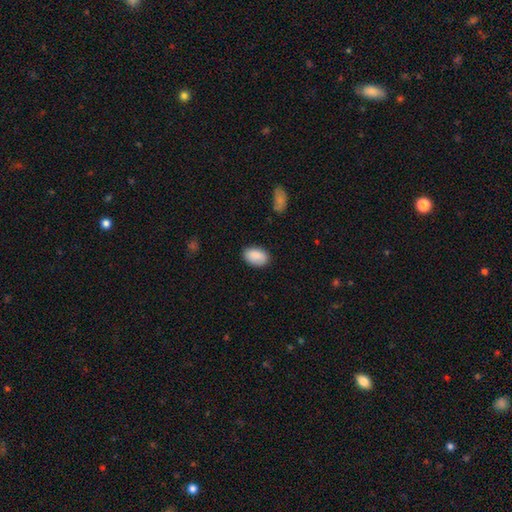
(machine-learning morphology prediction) This appears to be a smooth galaxy with no disk features (89%) that is in between round and cigar-shaped (91%). Merging: none (84%).